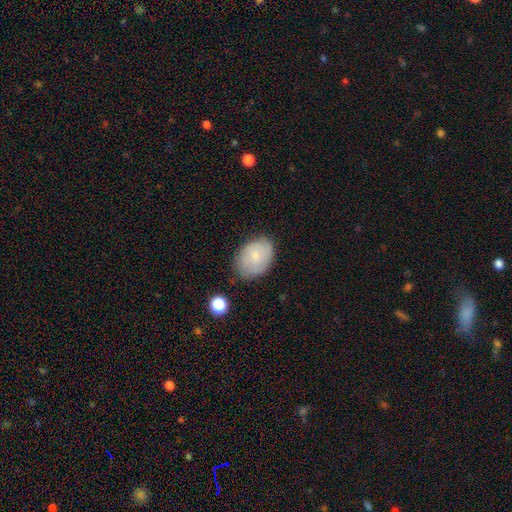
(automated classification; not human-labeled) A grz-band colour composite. It shows a smooth galaxy with no disk features (61%) that is in between round and cigar-shaped (73%). Merging: none (70%).